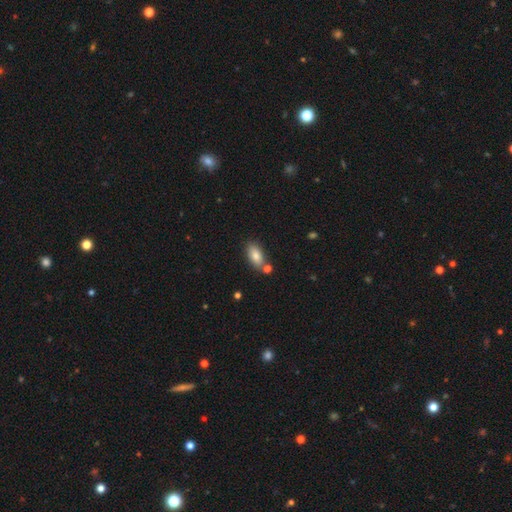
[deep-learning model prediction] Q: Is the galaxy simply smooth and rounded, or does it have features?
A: smooth — 81%.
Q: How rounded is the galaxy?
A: in between — 90%.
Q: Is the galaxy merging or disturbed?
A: none — 72%.